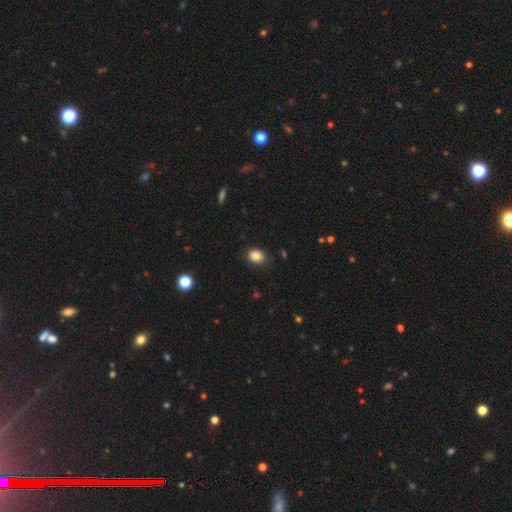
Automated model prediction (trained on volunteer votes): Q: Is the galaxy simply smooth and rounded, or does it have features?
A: smooth — 86%.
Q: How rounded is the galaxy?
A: in between — 53%.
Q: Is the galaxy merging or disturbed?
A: none — 82%.